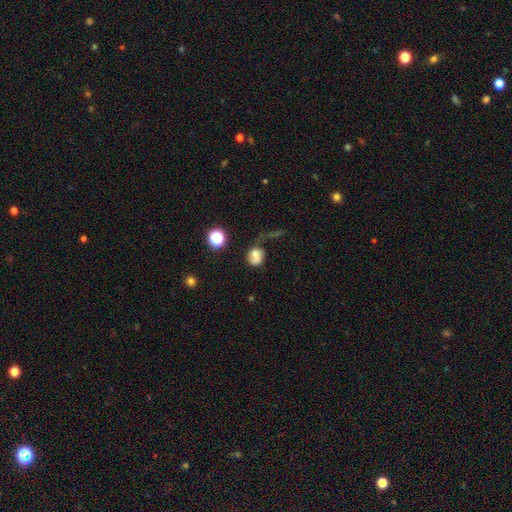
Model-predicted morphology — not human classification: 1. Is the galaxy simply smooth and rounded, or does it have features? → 63% smooth, 22% featured or disk, 15% star or artifact.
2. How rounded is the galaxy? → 50% in between, 48% round, 2% cigar-shaped.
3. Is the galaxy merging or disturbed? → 40% major disturbance, 28% none, 21% minor disturbance, 11% merger.